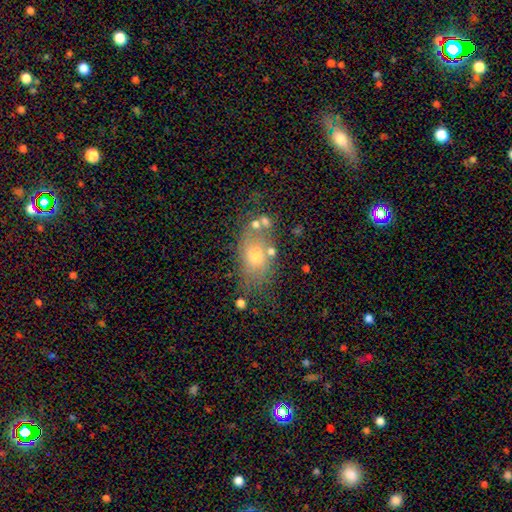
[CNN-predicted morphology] smooth 60%, featured or disk 28%, star or artifact 12%. Down the decision tree: how rounded — in between (81%); merging — none (57%).